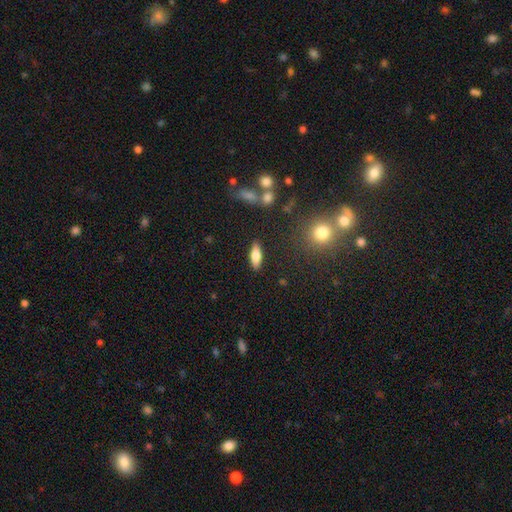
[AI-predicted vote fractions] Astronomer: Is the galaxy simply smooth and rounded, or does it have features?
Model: smooth — 72%.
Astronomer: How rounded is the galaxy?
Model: in between — 68%.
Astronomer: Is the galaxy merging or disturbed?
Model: none — 86%.